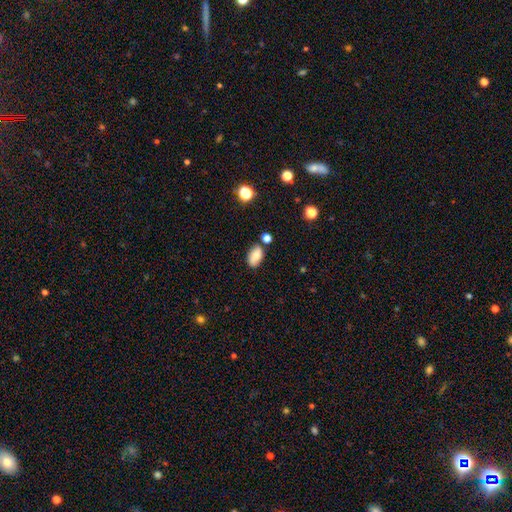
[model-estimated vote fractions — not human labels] The model was most divided on "merging": none: 72%, minor disturbance: 17%, merger: 7%, major disturbance: 4%. More confident: how rounded — in between (91%); smooth or featured — smooth (79%).